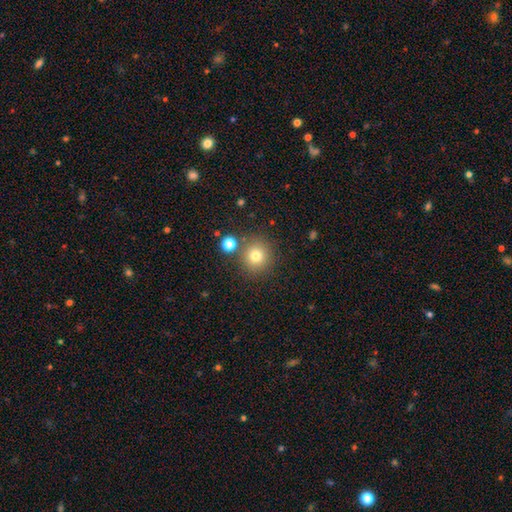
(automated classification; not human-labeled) Overall: smooth (77%). How rounded: round (93%). Merging: none (80%).